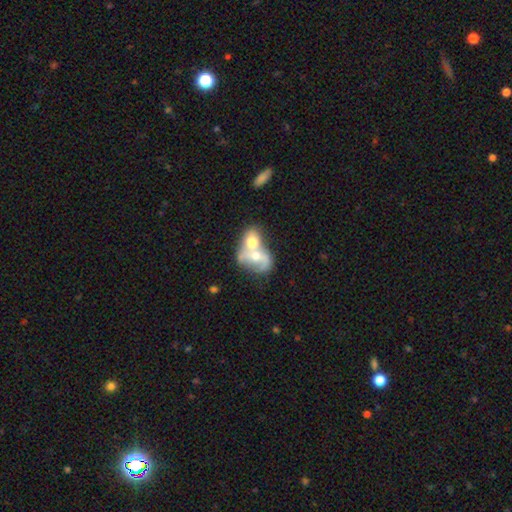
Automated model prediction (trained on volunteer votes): Morphology: type=featured or disk (48%); merging=merger (79%).